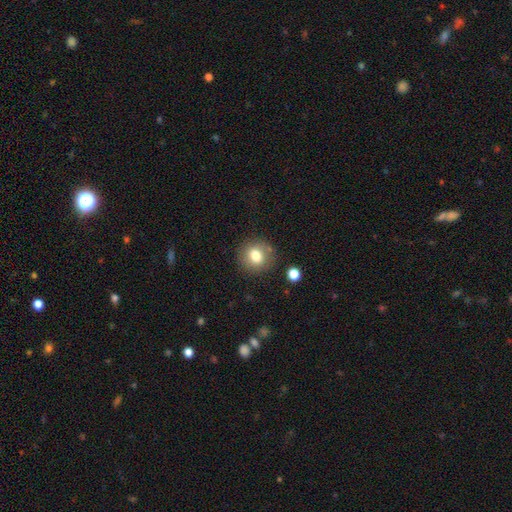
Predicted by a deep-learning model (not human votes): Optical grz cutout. It shows a smooth galaxy with no disk features (78%) that is round (81%). Merging: none (81%).